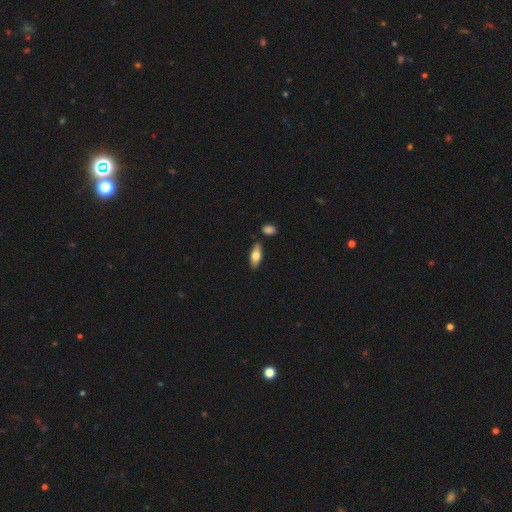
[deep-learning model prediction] This appears to be a smooth galaxy with no disk features (73%) that is in between round and cigar-shaped (80%). Merging: none (83%).